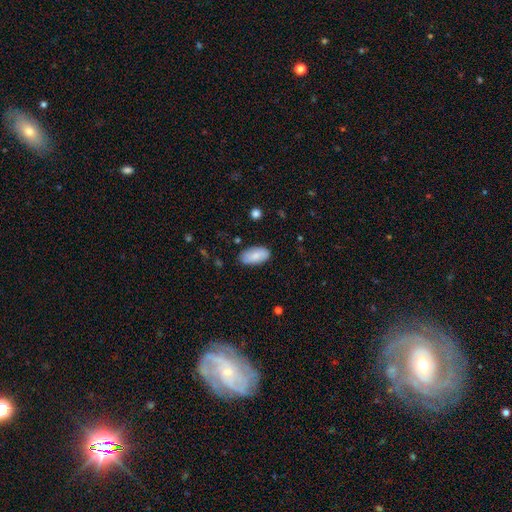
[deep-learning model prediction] This is clearly a smooth galaxy (81%). How rounded: clearly in between (94%). Merging: clearly none (82%).